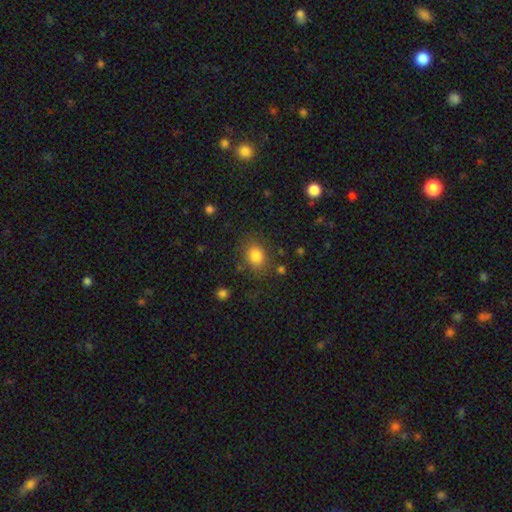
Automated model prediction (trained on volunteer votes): Q: Smooth or featured?
A: smooth (82%); runner-up: star or artifact (11%)
Q: How rounded?
A: in between (56%); runner-up: round (43%)
Q: Merging?
A: none (77%); runner-up: minor disturbance (14%)